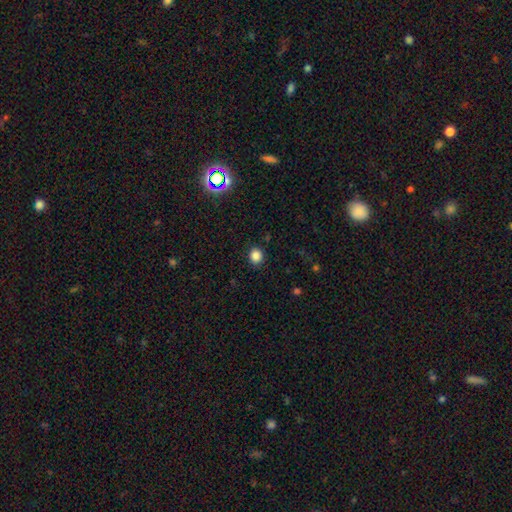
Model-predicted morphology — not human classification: A smooth galaxy with no disk features (84%) that is round (75%). Merging: none (87%).